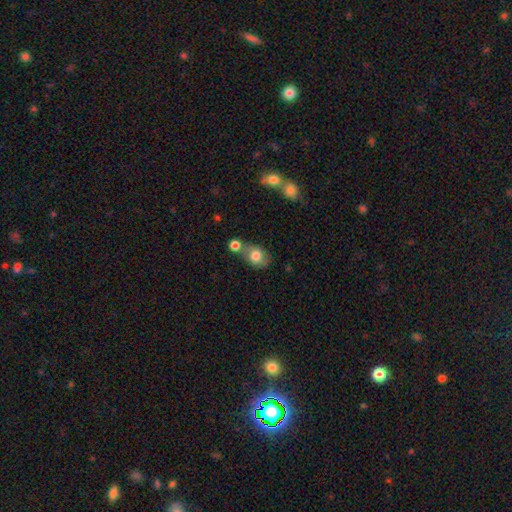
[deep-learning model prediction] Smooth or featured? Predicted: smooth (p=0.80). How rounded? Predicted: in between (p=0.55). Merging? Predicted: none (p=0.45).